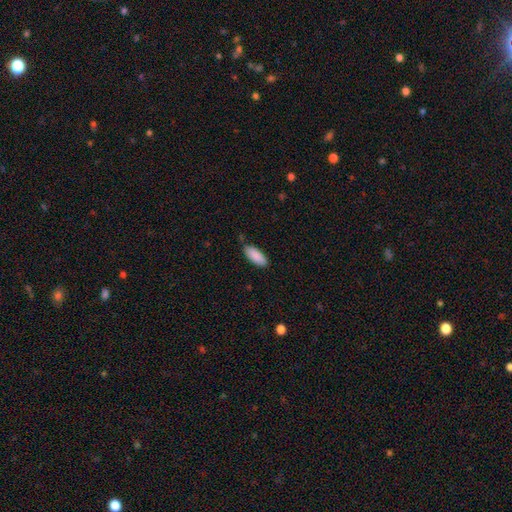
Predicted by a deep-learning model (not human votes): Smooth or featured?
  - smooth: 90% *
  - star or artifact: 6%
  - featured or disk: 4%
How rounded?
  - in between: 84% *
  - cigar-shaped: 14%
  - round: 2%
Merging?
  - none: 83% *
  - minor disturbance: 13%
  - major disturbance: 2%
  - merger: 2%